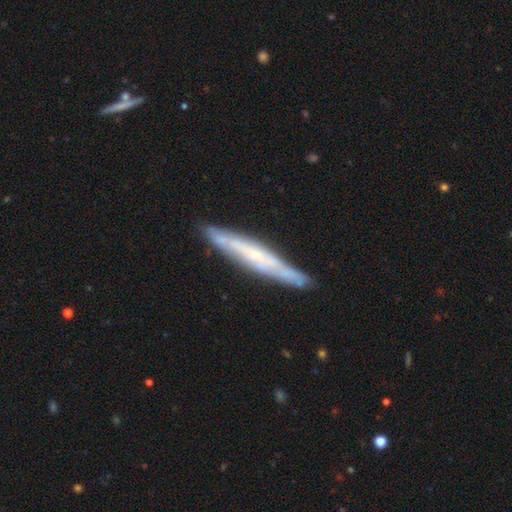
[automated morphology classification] Smooth or featured?
  - featured or disk: 68% *
  - smooth: 26%
  - star or artifact: 6%
Edge-on disk?
  - yes: 85% *
  - no: 15%
Edge-on bulge?
  - none: 61% *
  - rounded: 29%
  - boxy: 10%
Merging?
  - none: 83% *
  - minor disturbance: 13%
  - major disturbance: 2%
  - merger: 2%